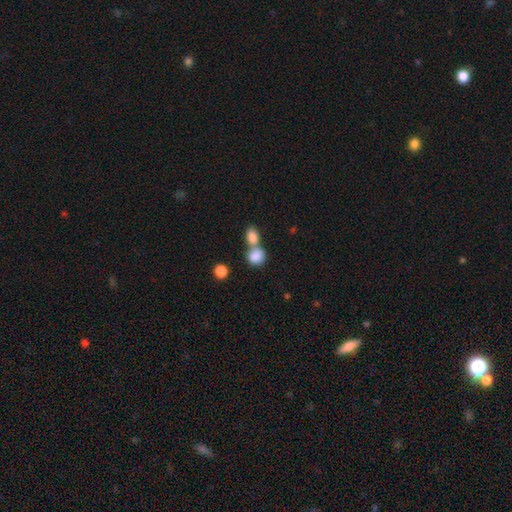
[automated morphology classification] Smooth or featured? smooth (84%)
How rounded? round (55%)
Merging? merger (59%)